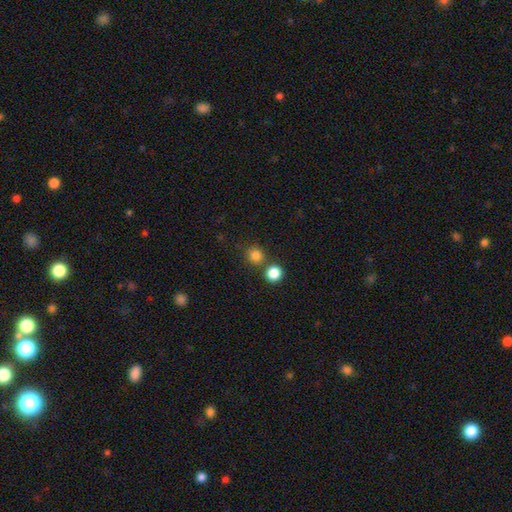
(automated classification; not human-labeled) This is clearly a smooth galaxy (82%). How rounded: clearly round (90%). Merging: likely none (72%).